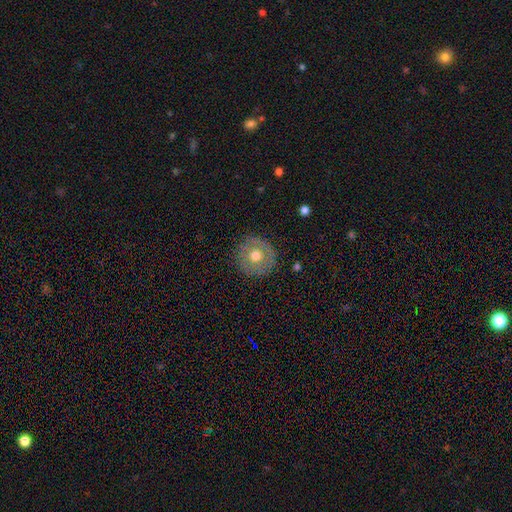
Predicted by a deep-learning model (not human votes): This appears to be a smooth galaxy with no disk features (61%) that is round (94%). Merging: none (88%).